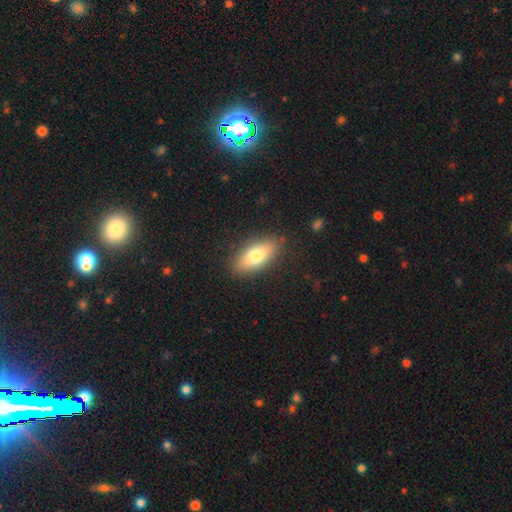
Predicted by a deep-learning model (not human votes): Smooth or featured?
  - smooth: 76% *
  - featured or disk: 17%
  - star or artifact: 7%
How rounded?
  - in between: 83% *
  - cigar-shaped: 14%
  - round: 3%
Merging?
  - none: 85% *
  - minor disturbance: 10%
  - major disturbance: 3%
  - merger: 1%